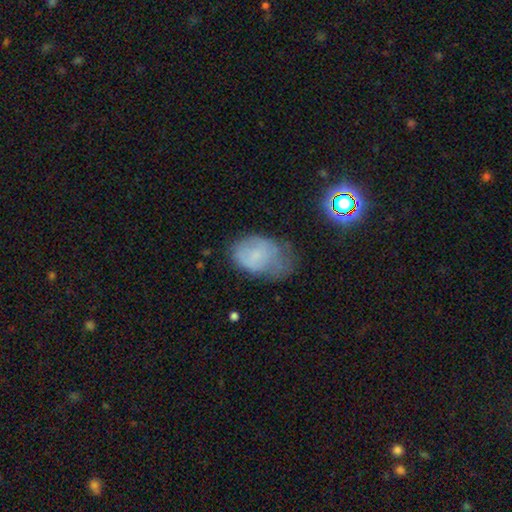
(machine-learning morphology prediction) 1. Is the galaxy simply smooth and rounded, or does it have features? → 60% smooth, 27% featured or disk, 12% star or artifact.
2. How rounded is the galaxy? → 82% in between, 16% round, 1% cigar-shaped.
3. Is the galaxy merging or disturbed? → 38% minor disturbance, 35% none, 24% major disturbance, 3% merger.